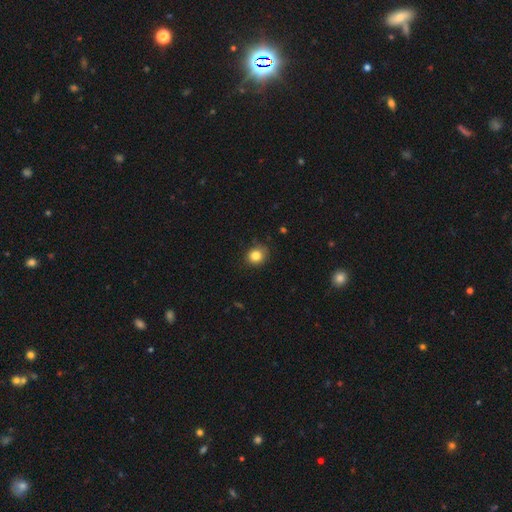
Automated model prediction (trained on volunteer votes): Overall: smooth (83%). How rounded: round (80%). Merging: none (81%).